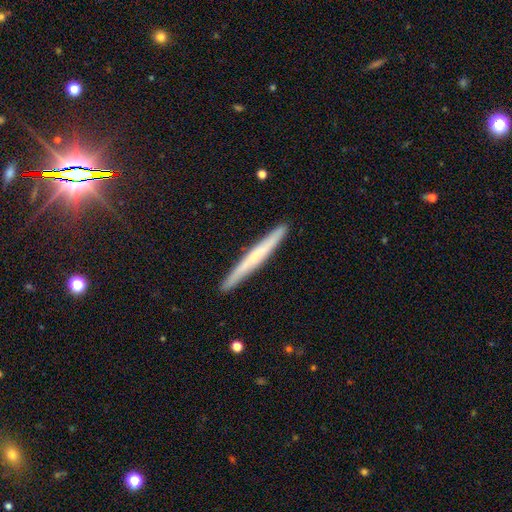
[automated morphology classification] featured or disk 49%, smooth 45%, star or artifact 6%. Down the decision tree: merging — none (91%).